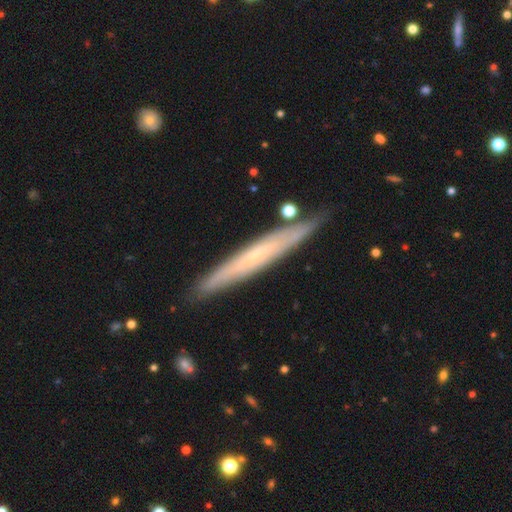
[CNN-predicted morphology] featured or disk 54%, smooth 40%, star or artifact 6%. Down the decision tree: edge-on disk — yes (90%); merging — none (86%).